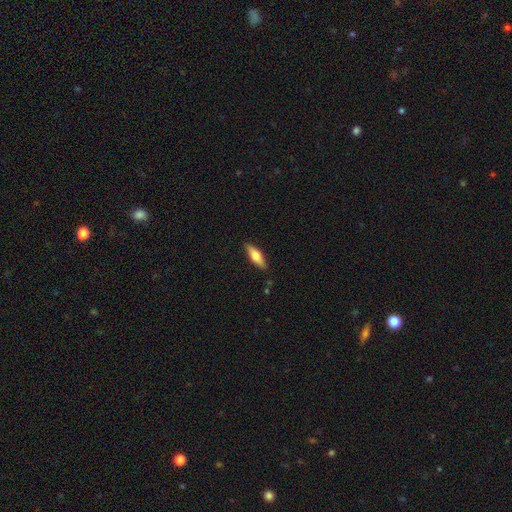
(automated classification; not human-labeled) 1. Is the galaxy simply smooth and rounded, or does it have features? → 64% smooth, 30% featured or disk, 6% star or artifact.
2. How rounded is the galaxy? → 52% in between, 46% cigar-shaped, 2% round.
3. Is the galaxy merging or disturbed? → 86% none, 11% minor disturbance, 2% major disturbance, 1% merger.